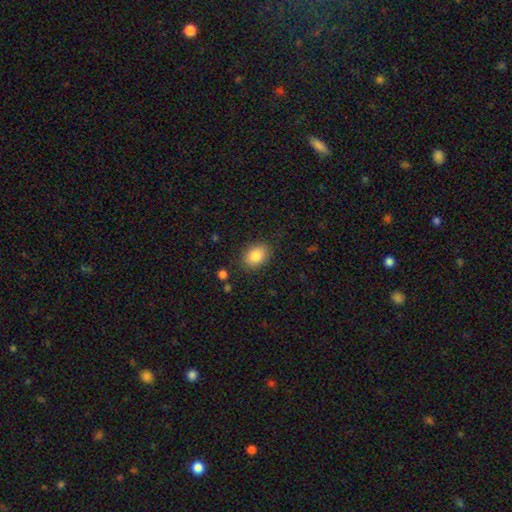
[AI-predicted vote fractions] smooth_or_featured: smooth (p=0.86) [alt: star or artifact p=0.08]
how_rounded: in between (p=0.68) [alt: round p=0.31]
merging: none (p=0.85) [alt: minor disturbance p=0.11]